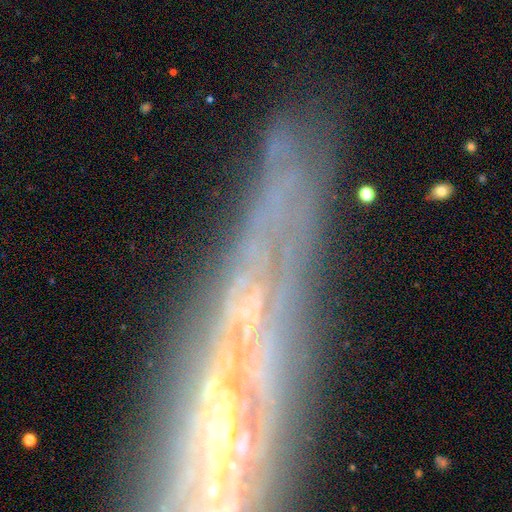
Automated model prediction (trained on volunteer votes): This appears to be a featured or disk galaxy (70%) viewed edge-on (65%). Merging: none (77%).